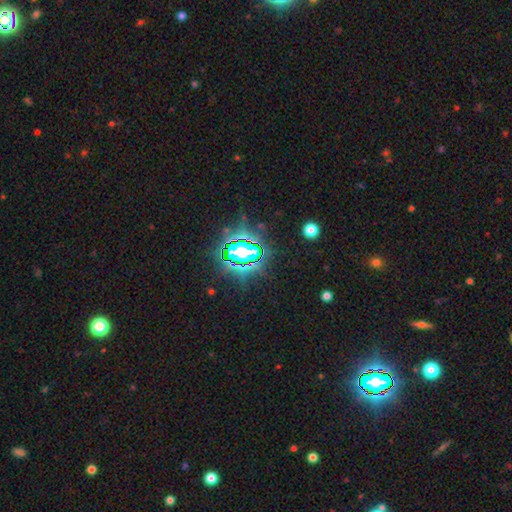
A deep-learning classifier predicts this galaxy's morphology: A star or artifact, not a galaxy (75%).

Vote fractions:
- Smooth or featured? star or artifact: 75% / smooth: 13% / featured or disk: 11%